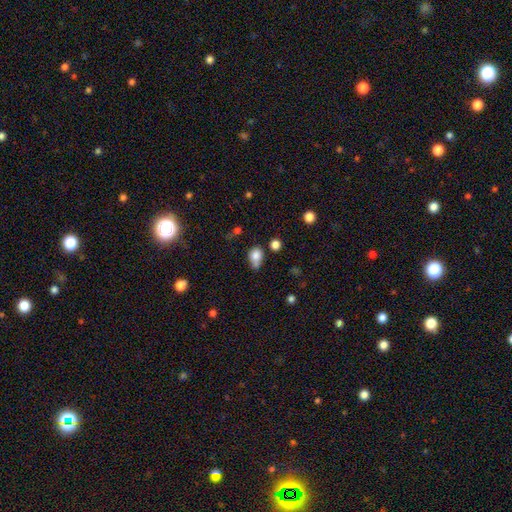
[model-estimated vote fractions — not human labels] The model was most divided on "merging": none: 42%, minor disturbance: 30%, merger: 18%, major disturbance: 10%. More confident: smooth or featured — smooth (80%); how rounded — in between (59%).